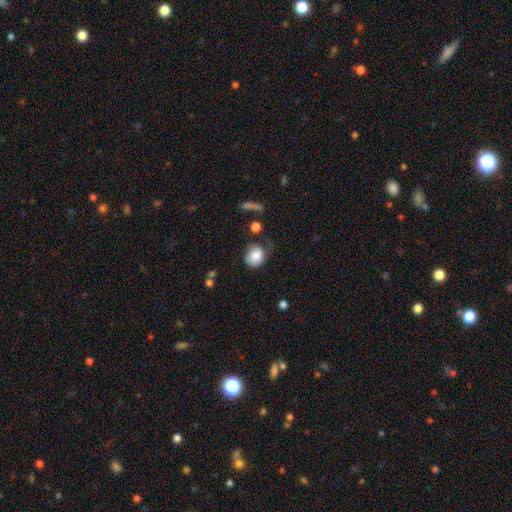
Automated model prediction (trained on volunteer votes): Smooth or featured? Predicted: smooth (p=0.83). How rounded? Predicted: round (p=0.66). Merging? Predicted: none (p=0.53).